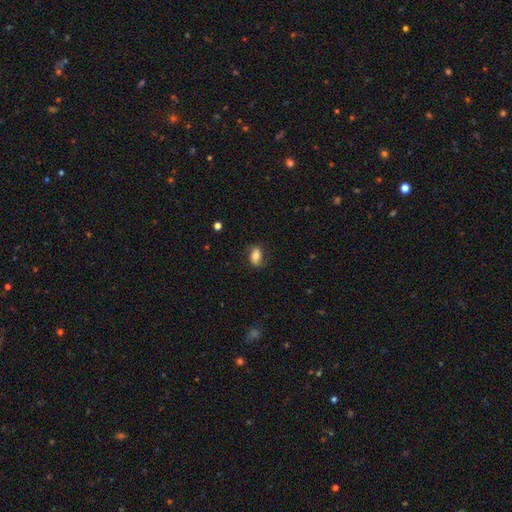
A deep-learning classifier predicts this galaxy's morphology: Overall: smooth (62%; featured or disk 29%). How rounded: in between (86%). Merging: none (72%).